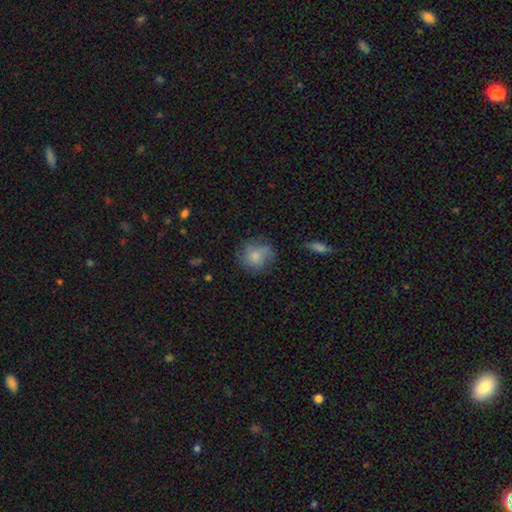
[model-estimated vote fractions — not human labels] The model was most divided on "merging": none: 67%, minor disturbance: 21%, major disturbance: 8%, merger: 3%. More confident: how rounded — round (82%); smooth or featured — smooth (77%).